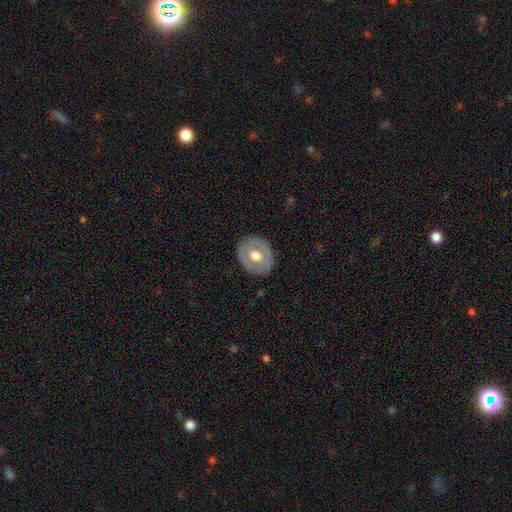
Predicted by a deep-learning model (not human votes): smooth 48%, featured or disk 47%, star or artifact 6%. Down the decision tree: merging — none (84%).